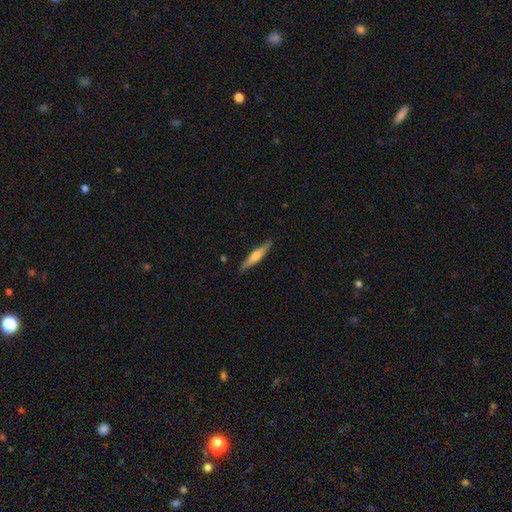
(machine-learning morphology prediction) Smooth or featured: smooth — 49% (featured or disk — 46%)
Merging: none — 89% (minor disturbance — 8%)